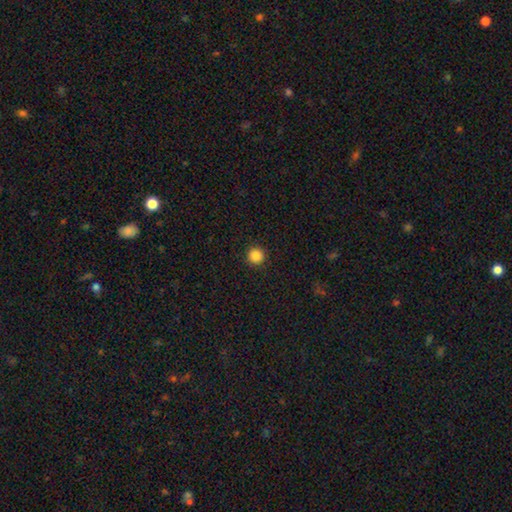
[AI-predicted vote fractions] smooth_or_featured: smooth (p=0.86) [alt: star or artifact p=0.11]
how_rounded: round (p=0.96) [alt: in between p=0.03]
merging: none (p=0.93) [alt: minor disturbance p=0.05]